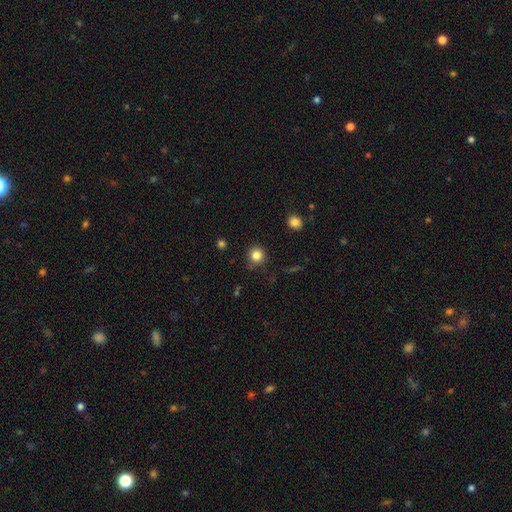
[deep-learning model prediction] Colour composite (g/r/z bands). It shows a smooth galaxy with no disk features (83%) that is round (93%). Merging: none (85%).